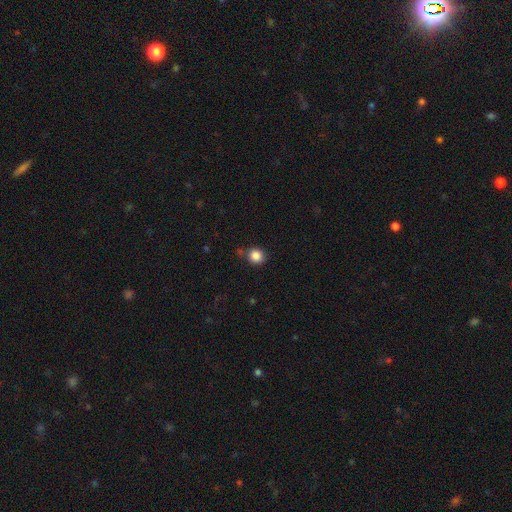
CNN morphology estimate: This appears to be a smooth galaxy with no disk features (86%) that is round (80%). Merging: none (78%).